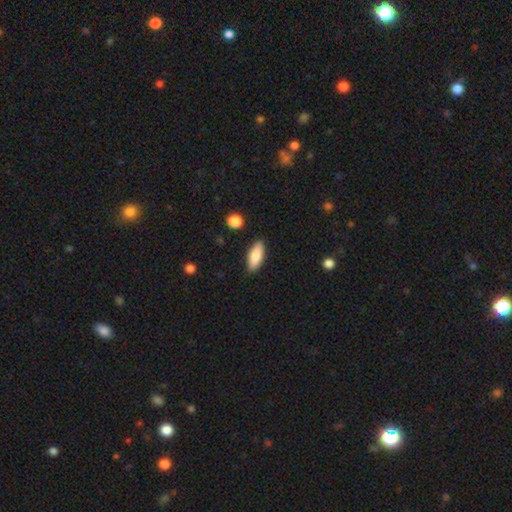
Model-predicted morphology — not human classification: smooth-or-featured: smooth: 83% | featured or disk: 11% | star or artifact: 6%
  how-rounded: in between: 77% | cigar-shaped: 21% | round: 2%
  merging: none: 86% | minor disturbance: 10% | major disturbance: 2% | merger: 2%